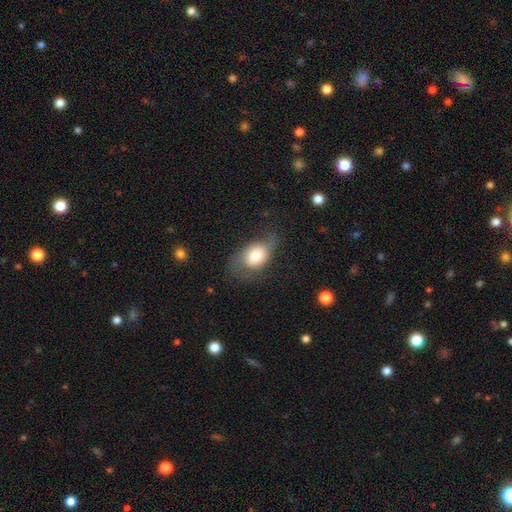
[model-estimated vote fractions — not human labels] smooth 63%, featured or disk 30%, star or artifact 8%. Down the decision tree: how rounded — in between (74%); merging — none (43%).